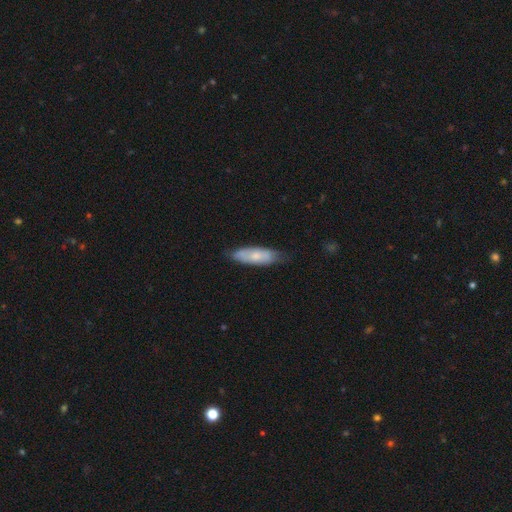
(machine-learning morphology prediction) This is likely a smooth galaxy (66%). How rounded: possibly in between (57%). Merging: likely none (70%).